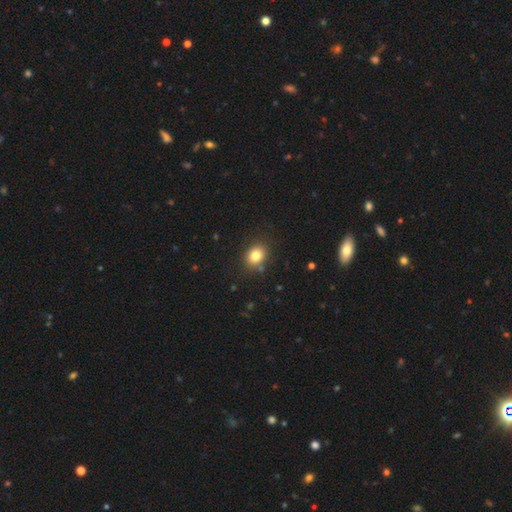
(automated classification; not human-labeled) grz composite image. It shows a smooth galaxy with no disk features (81%) that is round (53%). Merging: none (84%).